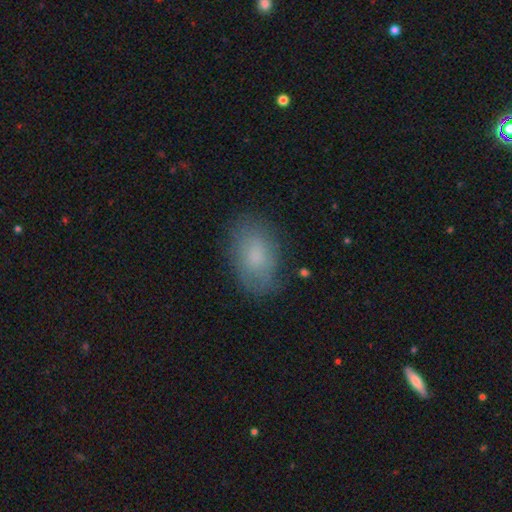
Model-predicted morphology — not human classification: type=smooth (76%); roundness=in between (90%); merging=none (77%).